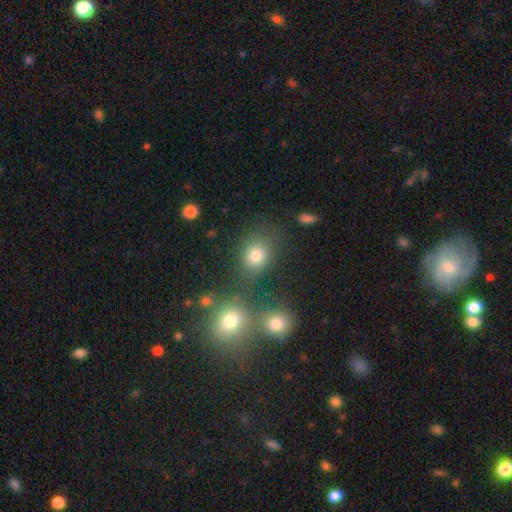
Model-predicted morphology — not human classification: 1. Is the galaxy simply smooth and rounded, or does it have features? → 75% smooth, 16% star or artifact, 9% featured or disk.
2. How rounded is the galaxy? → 56% round, 42% in between, 2% cigar-shaped.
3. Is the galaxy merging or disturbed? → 68% none, 15% merger, 12% minor disturbance, 6% major disturbance.